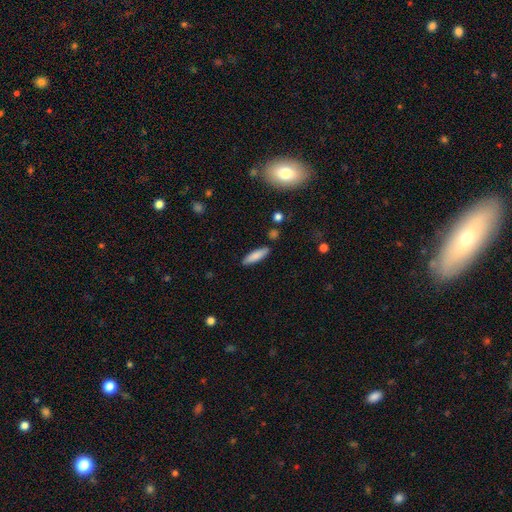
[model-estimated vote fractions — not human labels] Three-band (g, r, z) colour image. It shows a smooth galaxy with no disk features (83%) that is cigar-shaped (62%). Merging: none (86%).